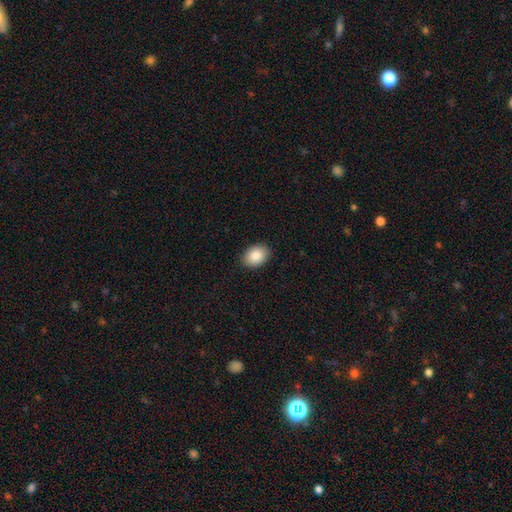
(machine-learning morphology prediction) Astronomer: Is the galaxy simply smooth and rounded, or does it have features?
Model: smooth — 89%.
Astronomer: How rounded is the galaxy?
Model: in between — 80%.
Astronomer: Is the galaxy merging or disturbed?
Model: none — 90%.